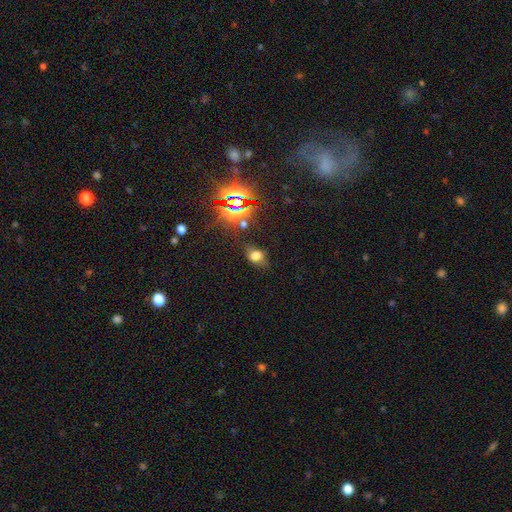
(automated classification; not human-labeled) Morphology: type=smooth (58%); roundness=in between (65%); merging=none (67%).